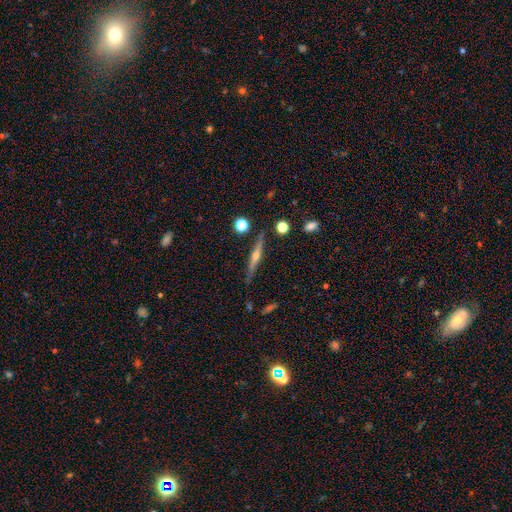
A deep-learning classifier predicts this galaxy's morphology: Smooth or featured? featured or disk (73%)
Edge-on disk? yes (97%)
Edge-on bulge? rounded (89%)
Merging? none (87%)